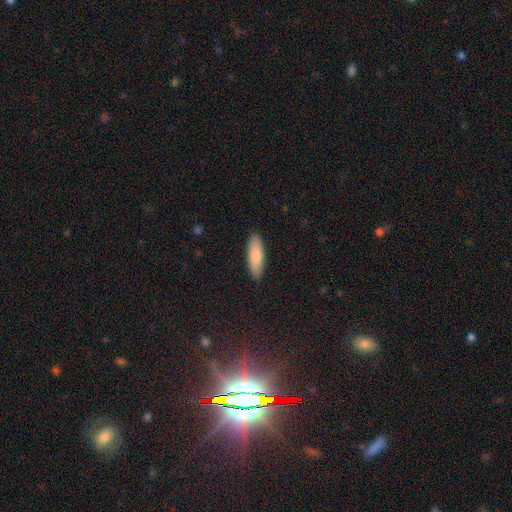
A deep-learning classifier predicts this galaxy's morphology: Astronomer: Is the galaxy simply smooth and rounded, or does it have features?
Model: smooth — 85%.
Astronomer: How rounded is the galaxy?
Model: cigar-shaped — 55% (runner-up: in between, 43%).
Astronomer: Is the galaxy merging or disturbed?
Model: none — 90%.